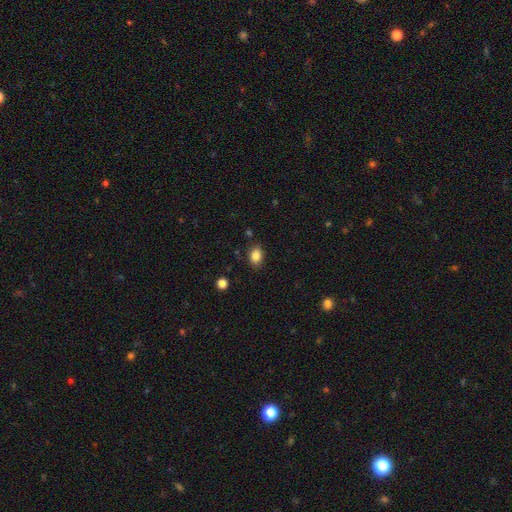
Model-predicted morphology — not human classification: smooth-or-featured: smooth: 85% | star or artifact: 10% | featured or disk: 5%
  how-rounded: in between: 73% | round: 26% | cigar-shaped: 1%
  merging: none: 84% | minor disturbance: 11% | major disturbance: 3% | merger: 2%